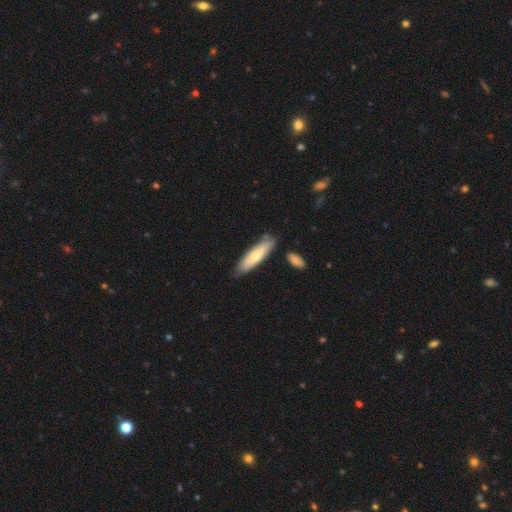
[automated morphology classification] A smooth galaxy with no disk features (61%) that is cigar-shaped (64%). Merging: none (77%).